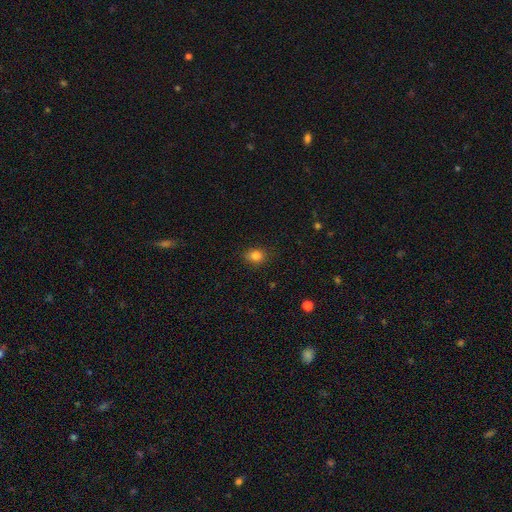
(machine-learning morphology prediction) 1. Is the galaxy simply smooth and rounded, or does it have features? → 83% smooth, 12% star or artifact, 5% featured or disk.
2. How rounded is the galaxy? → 57% round, 41% in between, 1% cigar-shaped.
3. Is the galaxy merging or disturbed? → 84% none, 12% minor disturbance, 3% major disturbance, 1% merger.